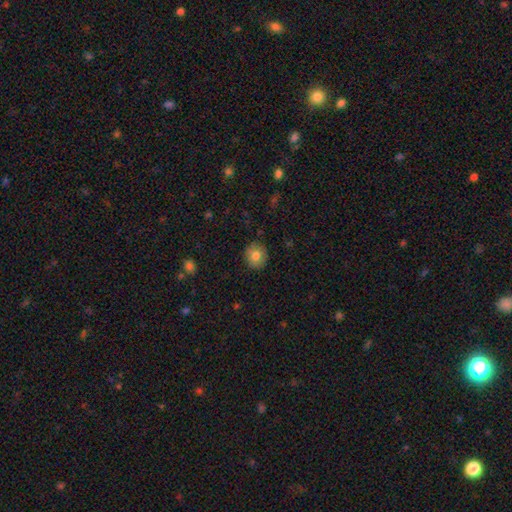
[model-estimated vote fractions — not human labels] This is likely a smooth galaxy (80%). How rounded: clearly round (84%). Merging: clearly none (88%).